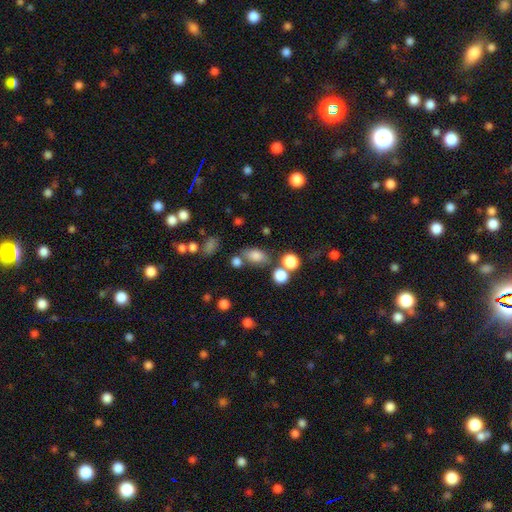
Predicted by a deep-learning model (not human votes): The model was most divided on "merging": none: 62%, merger: 16%, minor disturbance: 16%, major disturbance: 6%. More confident: how rounded — in between (82%); smooth or featured — smooth (80%).